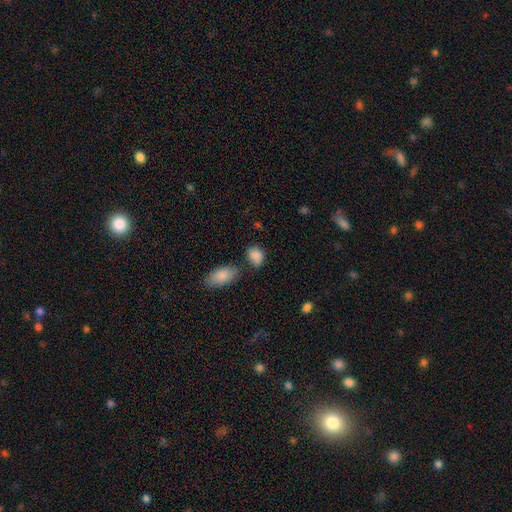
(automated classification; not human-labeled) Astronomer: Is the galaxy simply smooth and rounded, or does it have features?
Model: smooth — 87%.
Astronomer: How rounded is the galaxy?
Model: in between — 67%.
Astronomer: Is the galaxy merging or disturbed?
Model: none — 64%.